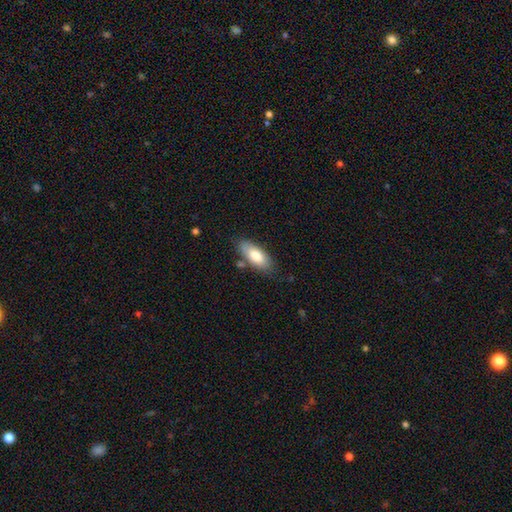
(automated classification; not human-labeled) The model was most divided on "merging": none: 75%, minor disturbance: 17%, merger: 4%, major disturbance: 4%. More confident: how rounded — in between (82%); smooth or featured — smooth (78%).